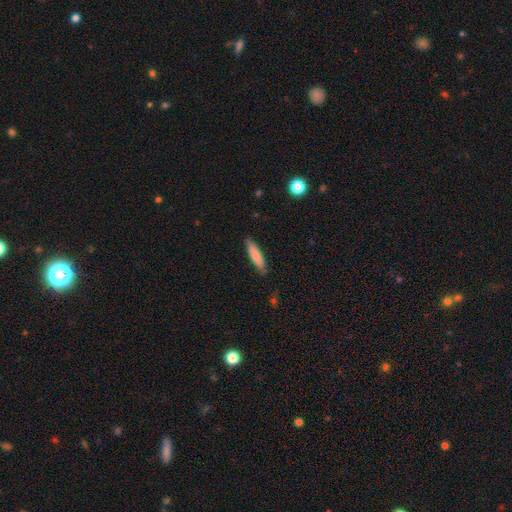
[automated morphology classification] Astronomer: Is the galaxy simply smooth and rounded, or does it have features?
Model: smooth — 79%.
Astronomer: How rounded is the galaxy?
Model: cigar-shaped — 81%.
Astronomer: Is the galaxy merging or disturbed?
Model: none — 87%.